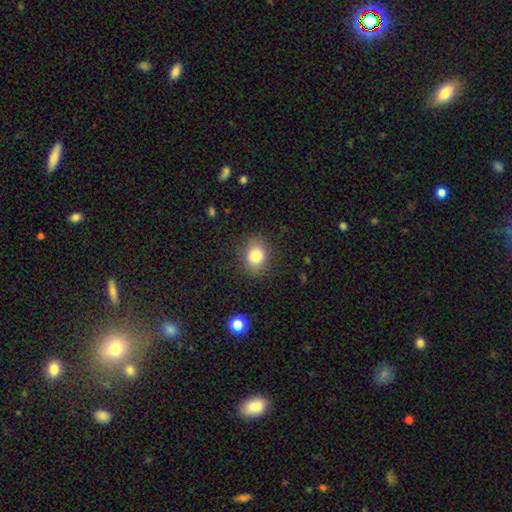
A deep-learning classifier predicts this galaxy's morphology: This is likely a smooth galaxy (80%). How rounded: possibly in between (52%). Merging: clearly none (83%).